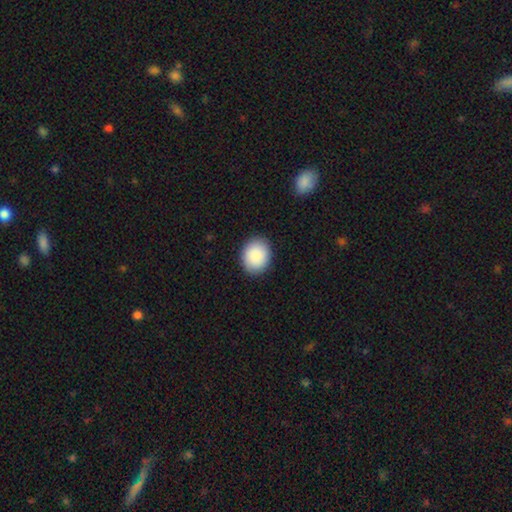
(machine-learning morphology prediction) A smooth galaxy with no disk features (90%) that is round (57%). Merging: none (90%).